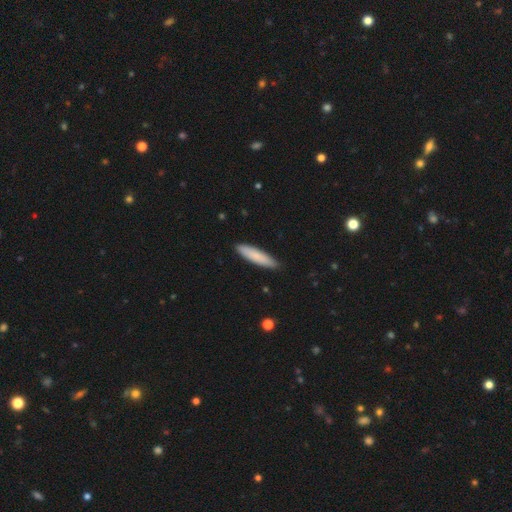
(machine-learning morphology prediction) smooth-or-featured: smooth: 82% | featured or disk: 13% | star or artifact: 6%
  how-rounded: cigar-shaped: 77% | in between: 21% | round: 1%
  merging: none: 89% | minor disturbance: 8% | major disturbance: 1% | merger: 1%